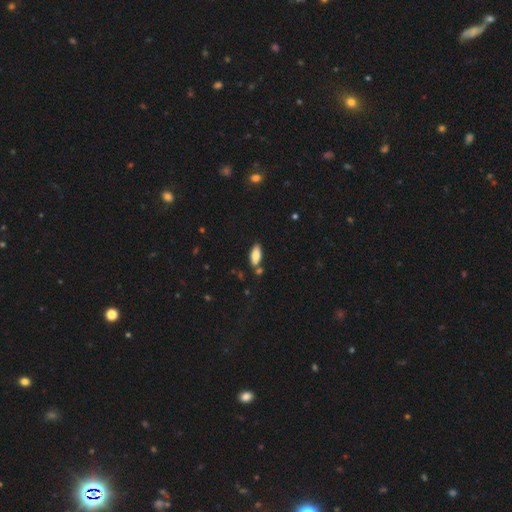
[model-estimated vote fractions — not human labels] smooth_or_featured: smooth (p=0.81) [alt: featured or disk p=0.12]
how_rounded: in between (p=0.82) [alt: cigar-shaped p=0.16]
merging: none (p=0.76) [alt: minor disturbance p=0.13]